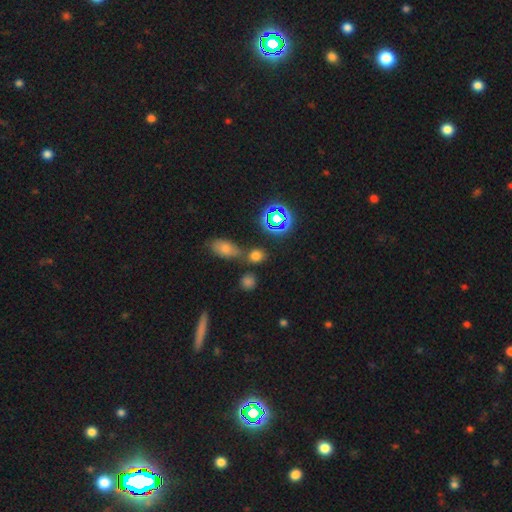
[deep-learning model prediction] smooth-or-featured: smooth: 64% | star or artifact: 30% | featured or disk: 7%
  how-rounded: round: 59% | in between: 38% | cigar-shaped: 3%
  merging: none: 67% | merger: 20% | minor disturbance: 10% | major disturbance: 4%